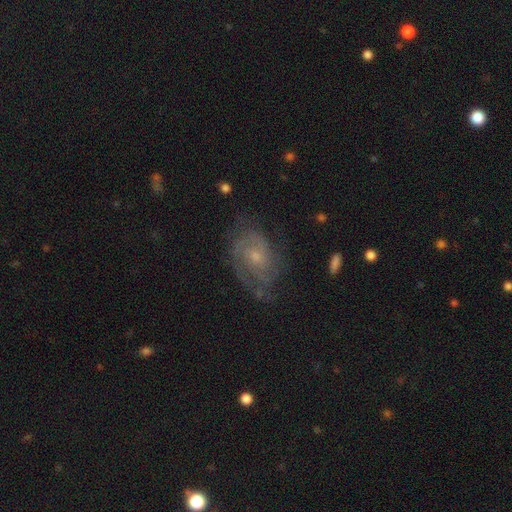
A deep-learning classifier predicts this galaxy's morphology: smooth_or_featured: featured or disk (p=0.75) [alt: smooth p=0.17]
disk_edge_on: no (p=0.97) [alt: yes p=0.03]
bar: no (p=0.69) [alt: weak p=0.27]
has_spiral_arms: yes (p=0.89) [alt: no p=0.11]
spiral_winding: tight (p=0.46) [alt: medium p=0.40]
spiral_arm_count: 2 (p=0.39) [alt: can't tell p=0.34]
bulge_size: small (p=0.62) [alt: moderate p=0.32]
merging: none (p=0.63) [alt: minor disturbance p=0.22]